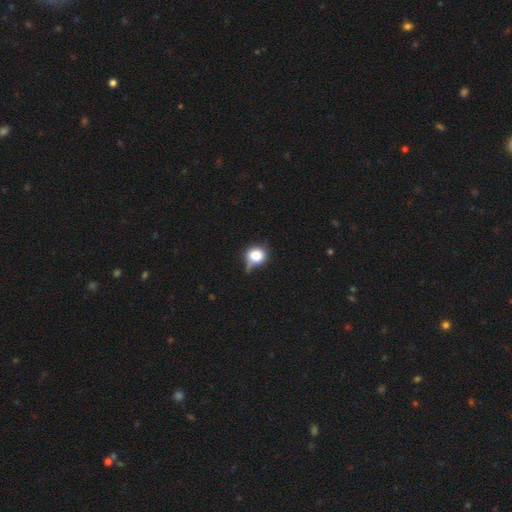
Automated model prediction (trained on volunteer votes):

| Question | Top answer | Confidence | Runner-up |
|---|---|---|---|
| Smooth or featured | smooth | 77% | featured or disk (12%) |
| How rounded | round | 80% | in between (18%) |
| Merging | none | 42% | minor disturbance (37%) |